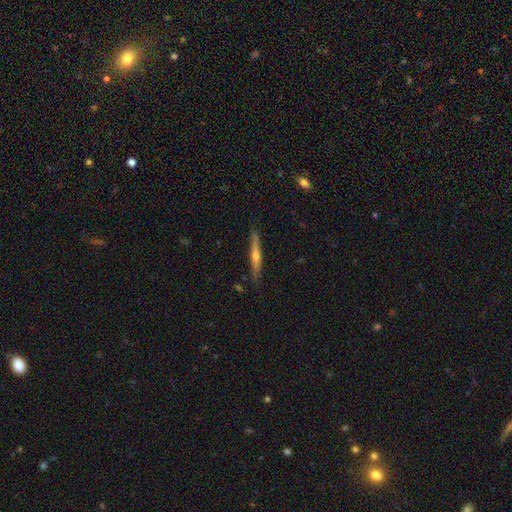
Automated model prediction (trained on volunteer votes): This appears to be a featured or disk galaxy (66%) viewed edge-on (97%) with a rounded central bulge (81%). Merging: none (88%).